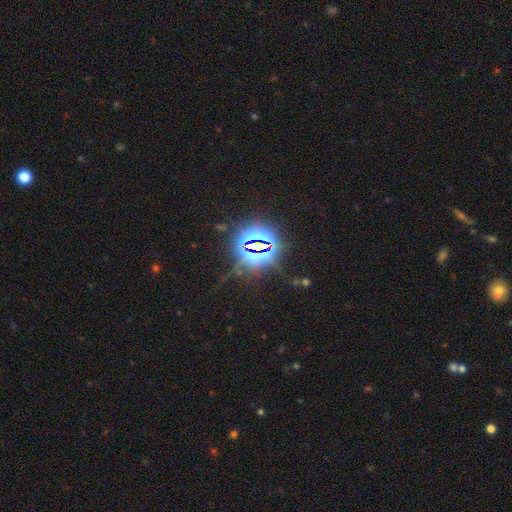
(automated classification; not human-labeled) Q: Smooth or featured?
A: star or artifact (84%); runner-up: smooth (10%)